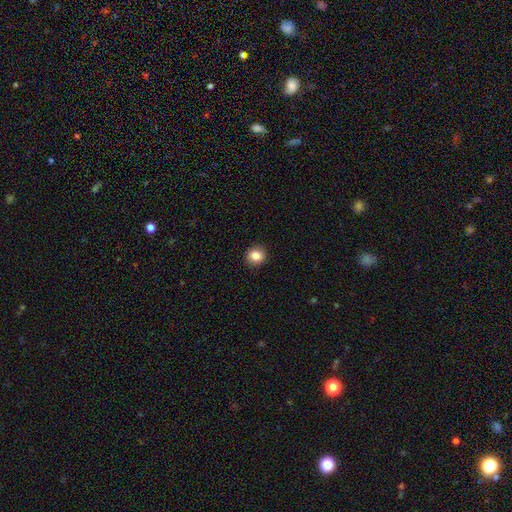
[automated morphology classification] Smooth or featured: smooth — 85% (star or artifact — 10%)
How rounded: round — 86% (in between — 13%)
Merging: none — 91% (minor disturbance — 6%)